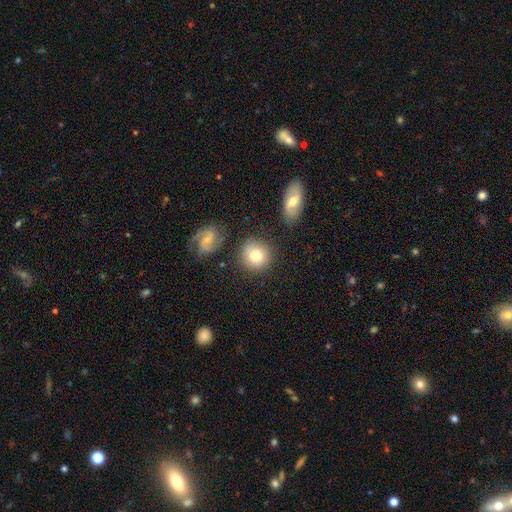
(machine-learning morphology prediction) Smooth or featured? Predicted: smooth (p=0.74). How rounded? Predicted: round (p=0.91). Merging? Predicted: none (p=0.81).